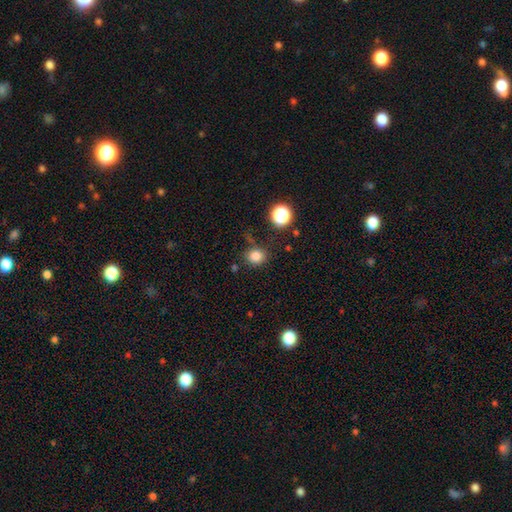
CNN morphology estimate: The model was most divided on "how rounded": round: 80%, in between: 19%, cigar-shaped: 1%. More confident: smooth or featured — smooth (81%); merging — none (77%).